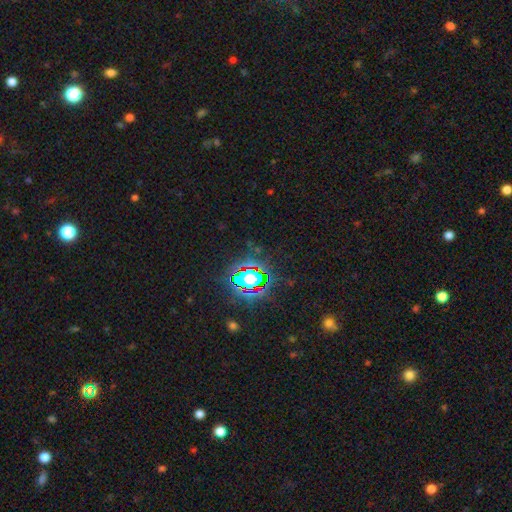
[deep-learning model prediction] This appears to be a star or artifact, not a galaxy (82%).